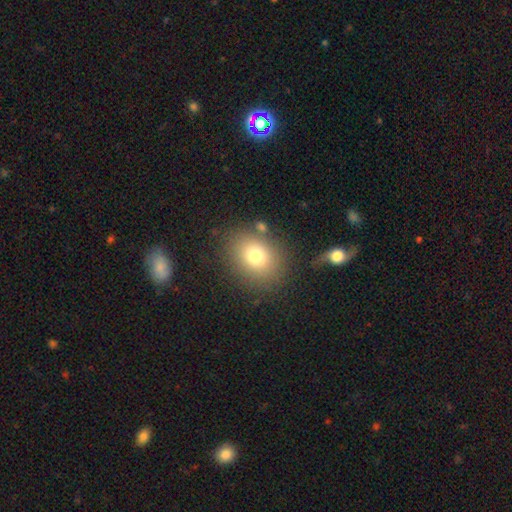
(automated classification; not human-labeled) Smooth or featured? smooth (75%)
How rounded? round (51%)
Merging? none (78%)